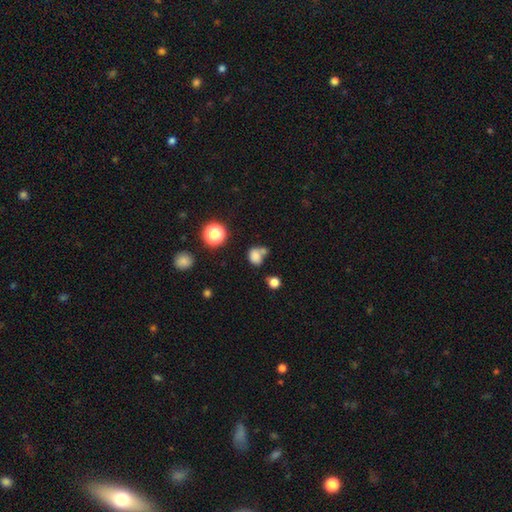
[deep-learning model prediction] smooth-or-featured: smooth: 77% | star or artifact: 15% | featured or disk: 8%
  how-rounded: in between: 50% | round: 49% | cigar-shaped: 1%
  merging: none: 40% | merger: 35% | minor disturbance: 17% | major disturbance: 8%